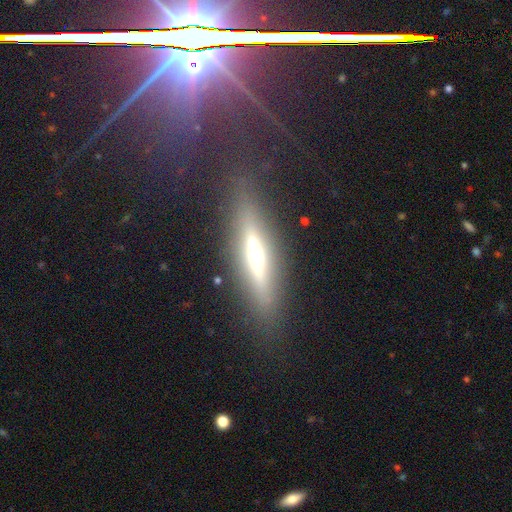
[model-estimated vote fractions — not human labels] This appears to be a featured or disk galaxy (64%) viewed edge-on (89%) with a rounded central bulge (83%). Merging: none (77%).